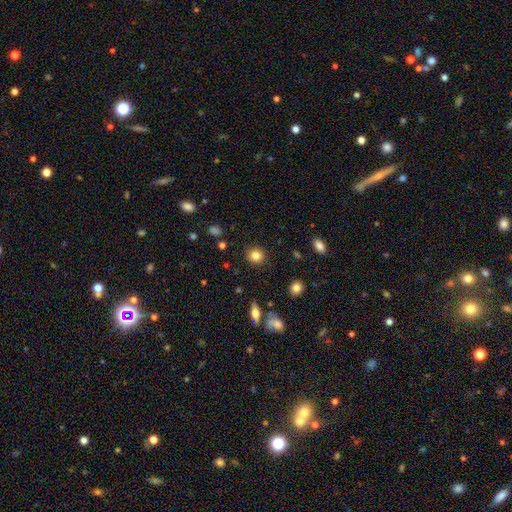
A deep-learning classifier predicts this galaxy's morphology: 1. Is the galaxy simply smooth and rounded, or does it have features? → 83% smooth, 10% star or artifact, 7% featured or disk.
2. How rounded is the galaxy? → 87% round, 12% in between, 1% cigar-shaped.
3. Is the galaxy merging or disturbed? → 90% none, 6% minor disturbance, 2% major disturbance, 1% merger.